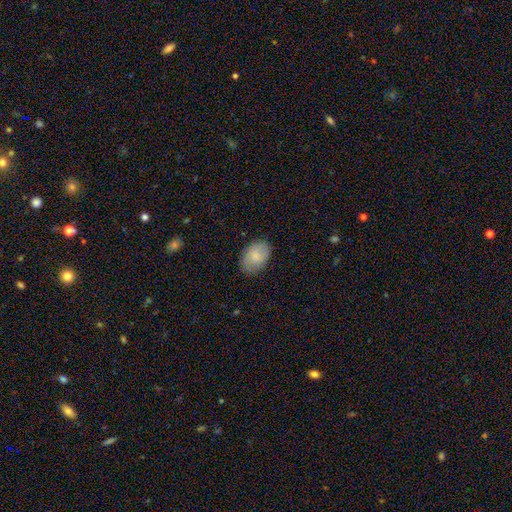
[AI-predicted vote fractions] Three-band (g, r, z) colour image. It shows a smooth galaxy with no disk features (82%) that is in between round and cigar-shaped (85%). Merging: none (81%).